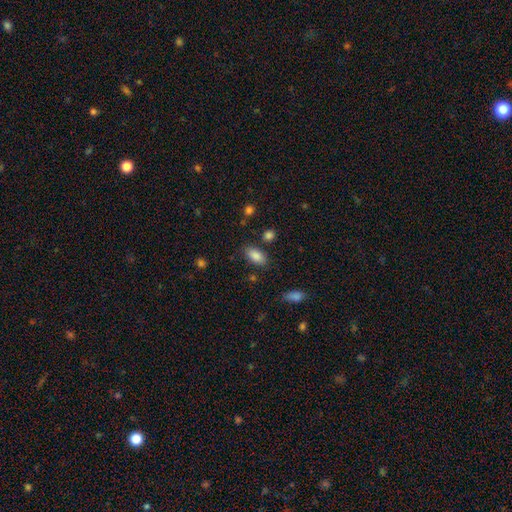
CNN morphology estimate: Smooth or featured? Predicted: smooth (p=0.87). How rounded? Predicted: in between (p=0.91). Merging? Predicted: none (p=0.81).